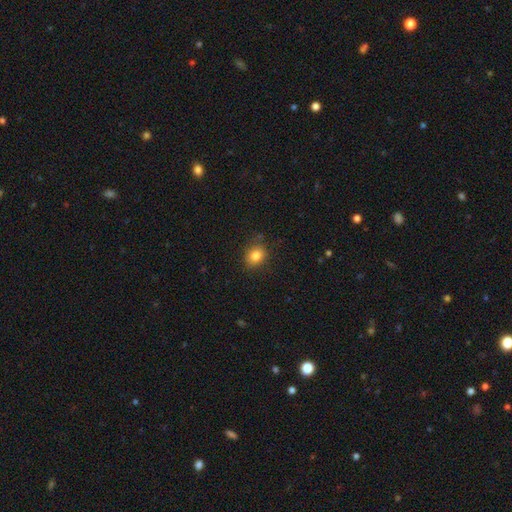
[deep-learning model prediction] A smooth galaxy with no disk features (83%) that is round (52%).

Vote fractions:
- Smooth or featured? smooth: 83% / star or artifact: 11% / featured or disk: 6%
- How rounded? round: 52% / in between: 47% / cigar-shaped: 1%
- Merging? none: 82% / minor disturbance: 13% / major disturbance: 3% / merger: 2%